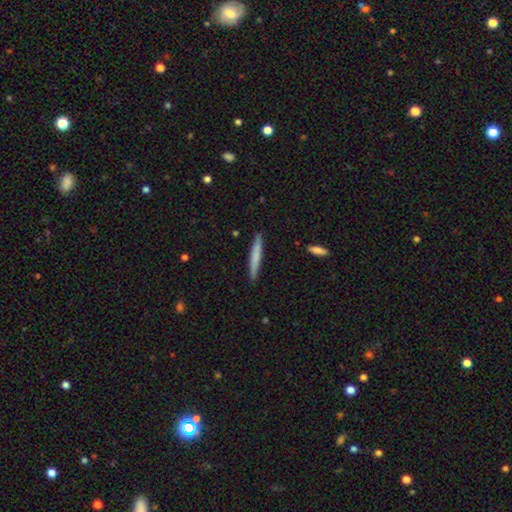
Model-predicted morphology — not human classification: This appears to be a smooth galaxy with no disk features (68%) that is cigar-shaped (96%). Merging: none (90%).